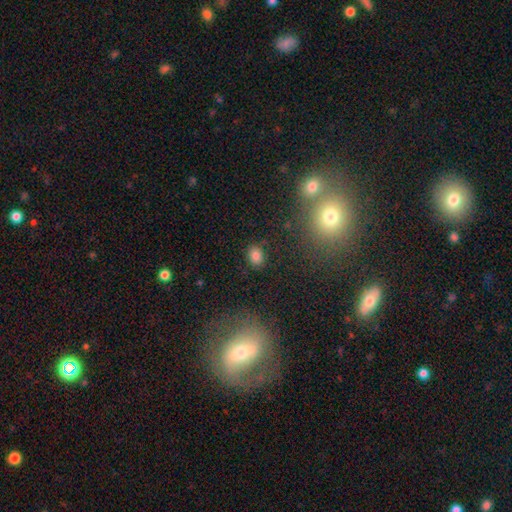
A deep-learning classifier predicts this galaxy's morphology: Smooth or featured? smooth (81%)
How rounded? in between (58%)
Merging? none (83%)